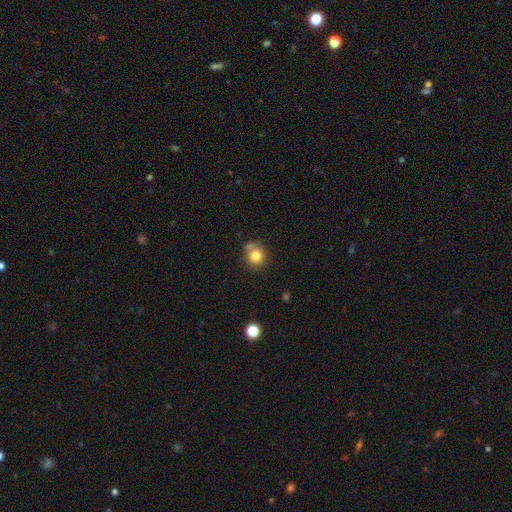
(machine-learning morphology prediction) The model was most divided on "merging": none: 63%, merger: 16%, minor disturbance: 16%, major disturbance: 5%. More confident: how rounded — round (84%); smooth or featured — smooth (80%).